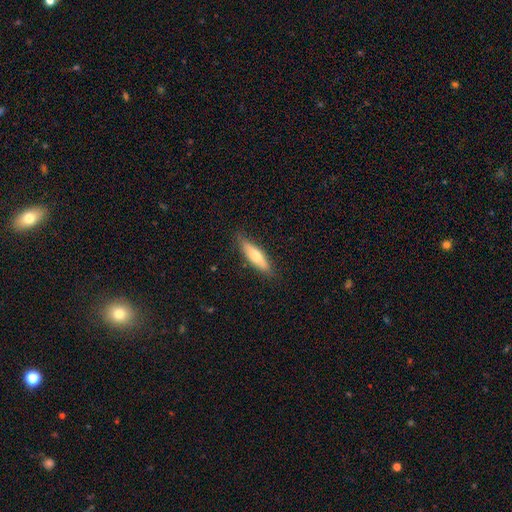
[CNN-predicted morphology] Overall: smooth (63%; featured or disk 31%). How rounded: cigar-shaped (67%; in between 32%). Merging: none (86%).